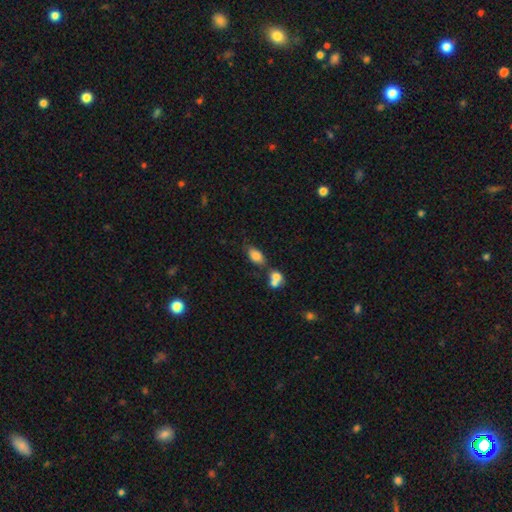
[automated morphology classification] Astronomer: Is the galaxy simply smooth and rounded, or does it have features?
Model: smooth — 82%.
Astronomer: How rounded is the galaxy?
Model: in between — 89%.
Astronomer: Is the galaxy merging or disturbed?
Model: none — 54%.